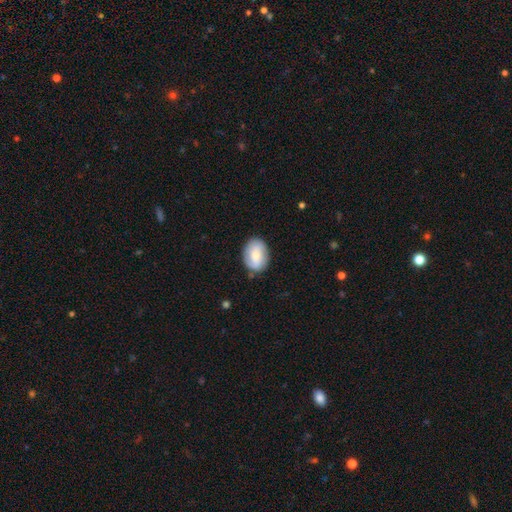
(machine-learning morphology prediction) A smooth galaxy with no disk features (63%) that is in between round and cigar-shaped (72%).

Vote fractions:
- Smooth or featured? smooth: 63% / featured or disk: 31% / star or artifact: 7%
- How rounded? in between: 72% / round: 27% / cigar-shaped: 1%
- Merging? none: 79% / minor disturbance: 16% / major disturbance: 4% / merger: 2%